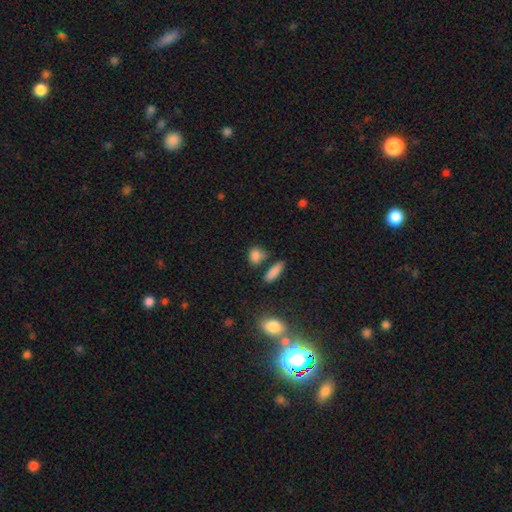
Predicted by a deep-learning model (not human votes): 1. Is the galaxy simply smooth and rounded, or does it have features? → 84% smooth, 10% star or artifact, 6% featured or disk.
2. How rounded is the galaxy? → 53% round, 40% in between, 7% cigar-shaped.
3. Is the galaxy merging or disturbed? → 66% none, 15% minor disturbance, 14% merger, 5% major disturbance.